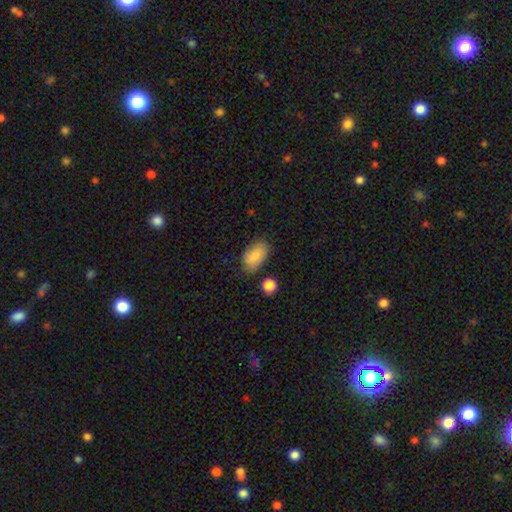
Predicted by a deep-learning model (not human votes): Morphology: type=smooth (85%); roundness=in between (93%); merging=none (75%).